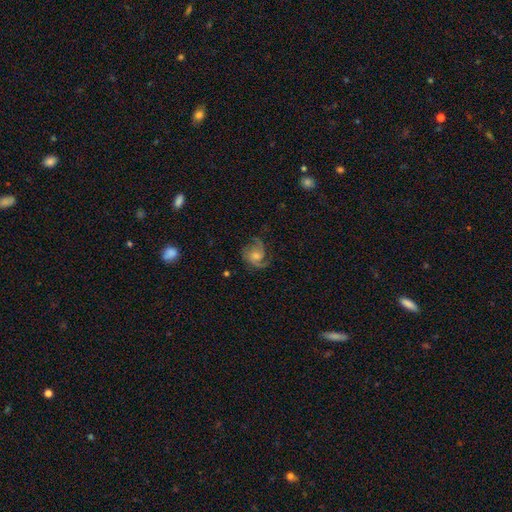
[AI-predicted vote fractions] Smooth or featured? featured or disk (77%)
Edge-on disk? no (98%)
Bar? no (71%)
Spiral arms? yes (95%)
Spiral winding? medium (50%)
Spiral arm count? 2 (45%)
Bulge size? moderate (54%)
Merging? none (69%)